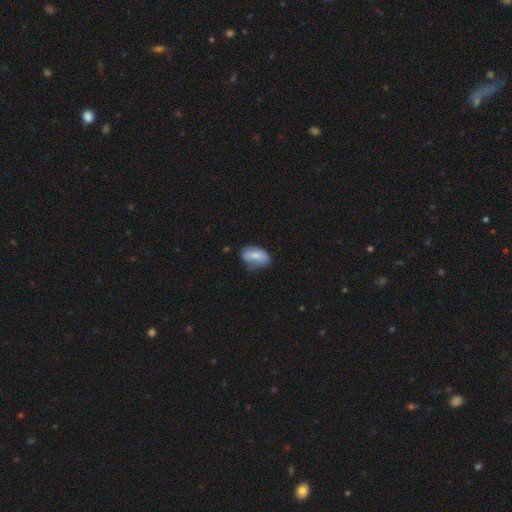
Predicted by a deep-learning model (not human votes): Smooth or featured? smooth (70%)
How rounded? in between (90%)
Merging? none (50%)